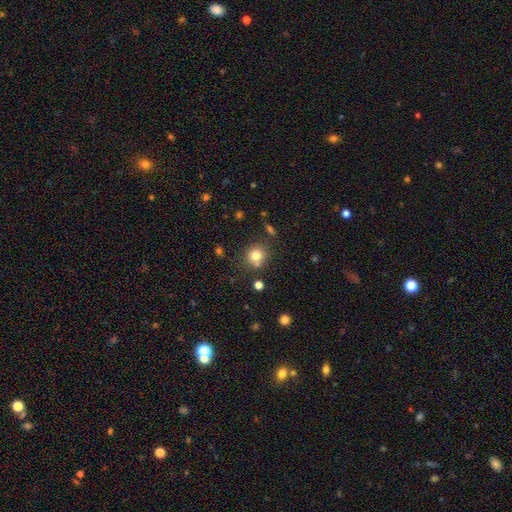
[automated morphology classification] Smooth or featured? Predicted: smooth (p=0.78). How rounded? Predicted: round (p=0.85). Merging? Predicted: none (p=0.69).